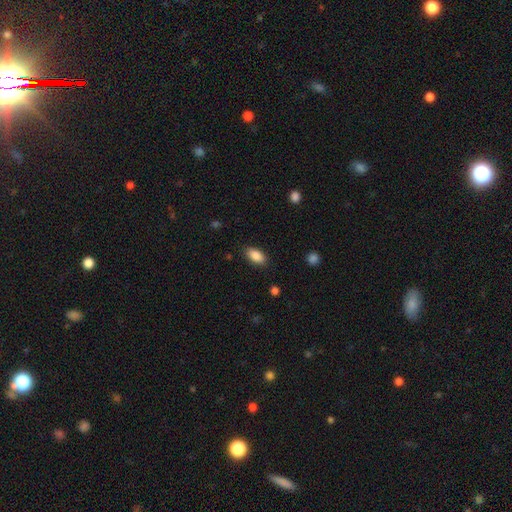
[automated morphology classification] The model was most divided on "merging": none: 86%, minor disturbance: 10%, major disturbance: 3%, merger: 1%. More confident: how rounded — in between (91%); smooth or featured — smooth (87%).